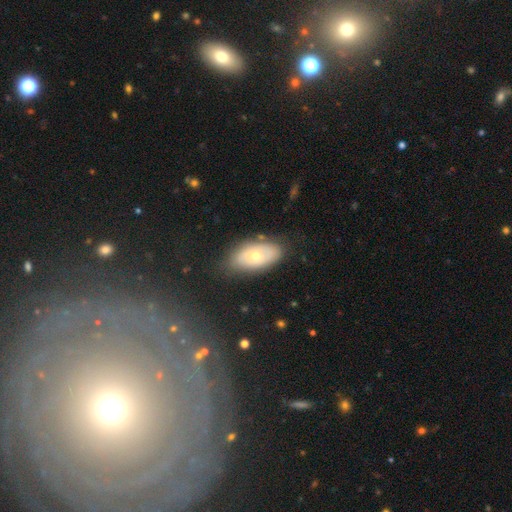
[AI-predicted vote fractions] Smooth or featured?
  - smooth: 53% *
  - featured or disk: 40%
  - star or artifact: 7%
How rounded?
  - in between: 92% *
  - round: 5%
  - cigar-shaped: 2%
Merging?
  - none: 75% *
  - minor disturbance: 18%
  - major disturbance: 5%
  - merger: 2%